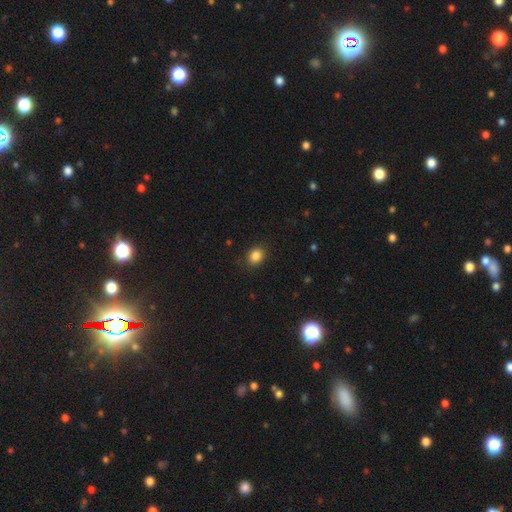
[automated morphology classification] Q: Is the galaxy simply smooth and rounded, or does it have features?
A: smooth — 86%.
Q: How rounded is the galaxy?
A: round — 53%.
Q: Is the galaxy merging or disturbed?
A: none — 87%.